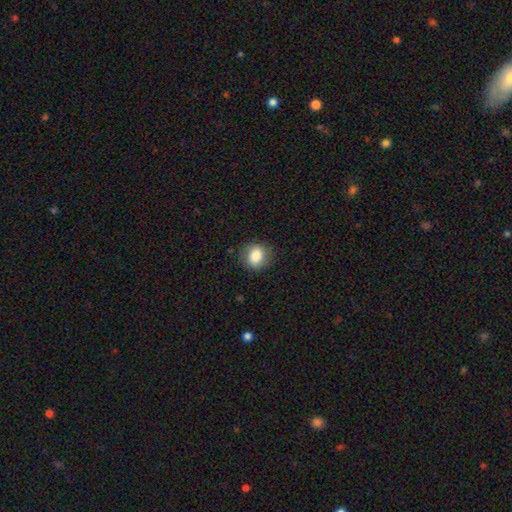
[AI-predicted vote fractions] Smooth or featured? Predicted: smooth (p=0.83). How rounded? Predicted: round (p=0.70). Merging? Predicted: none (p=0.83).